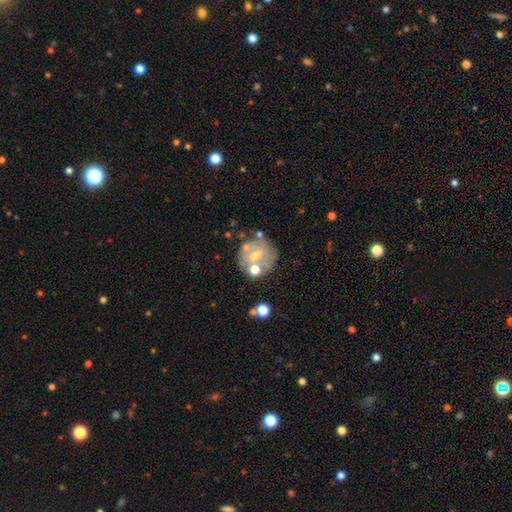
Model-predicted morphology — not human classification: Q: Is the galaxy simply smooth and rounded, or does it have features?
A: smooth — 48%.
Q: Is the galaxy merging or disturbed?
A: none — 58%.